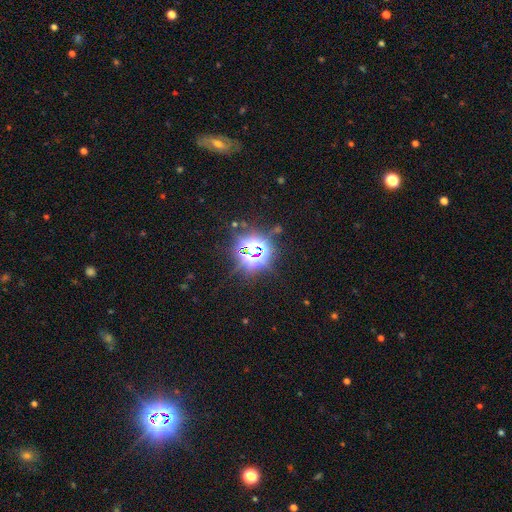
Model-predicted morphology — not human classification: Smooth or featured? Predicted: star or artifact (p=0.81).